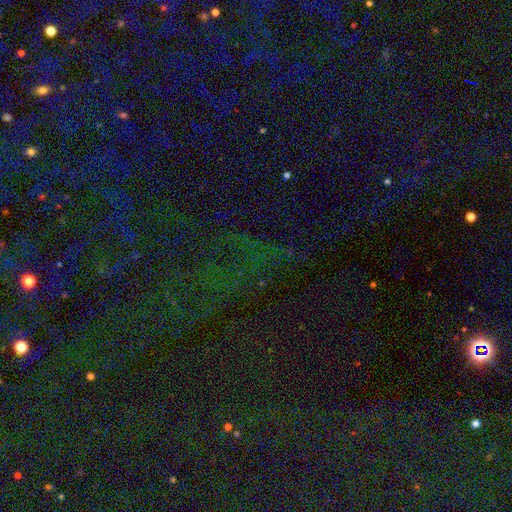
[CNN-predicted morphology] A star or artifact, not a galaxy (78%).